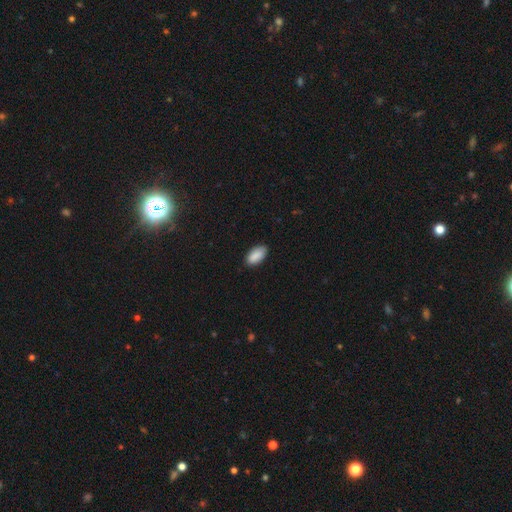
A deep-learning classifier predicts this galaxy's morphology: type=smooth (89%); roundness=in between (94%); merging=none (85%).